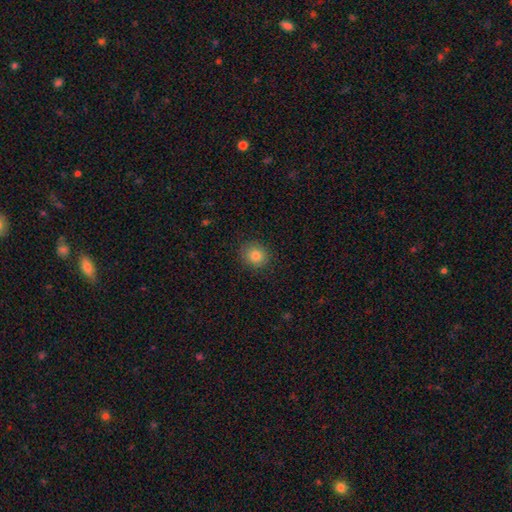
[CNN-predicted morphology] Overall: smooth (83%). How rounded: round (83%). Merging: none (88%).